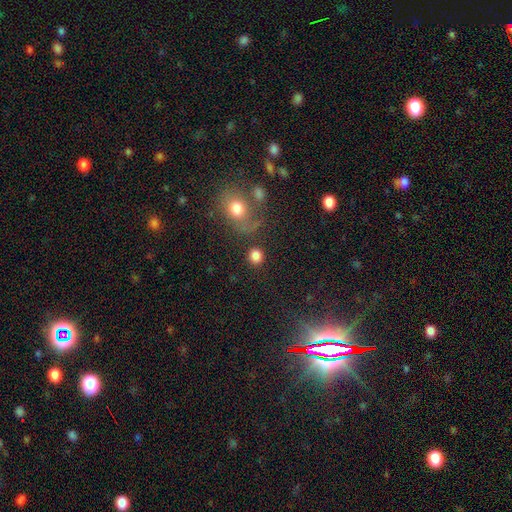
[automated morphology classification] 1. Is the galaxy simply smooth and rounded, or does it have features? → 83% smooth, 11% star or artifact, 6% featured or disk.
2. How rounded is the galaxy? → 84% round, 14% in between, 1% cigar-shaped.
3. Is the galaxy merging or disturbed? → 79% none, 9% minor disturbance, 7% merger, 5% major disturbance.